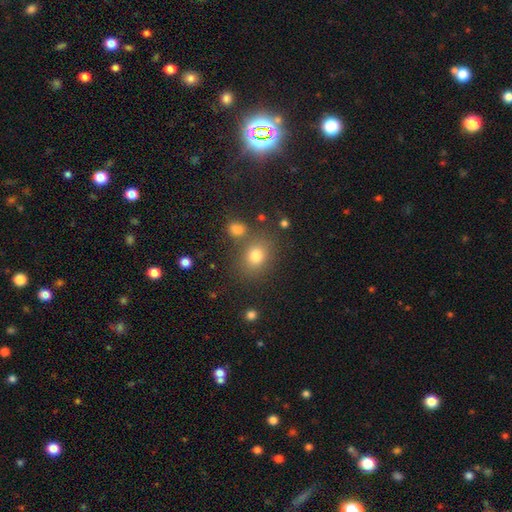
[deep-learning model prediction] smooth_or_featured: smooth (p=0.75) [alt: star or artifact p=0.16]
how_rounded: round (p=0.55) [alt: in between p=0.44]
merging: none (p=0.72) [alt: merger p=0.12]